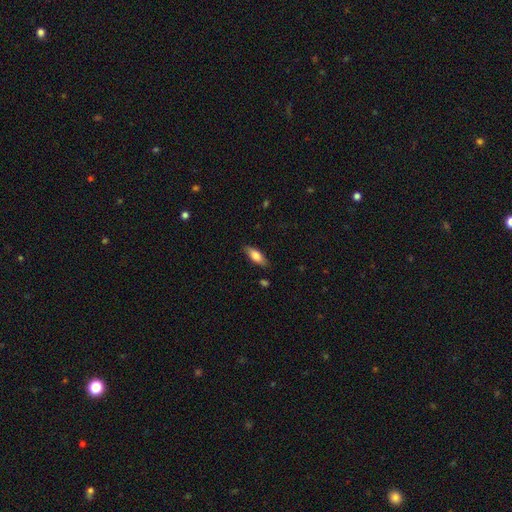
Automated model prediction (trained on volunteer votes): This is likely a smooth galaxy (75%). How rounded: likely in between (73%). Merging: clearly none (83%).